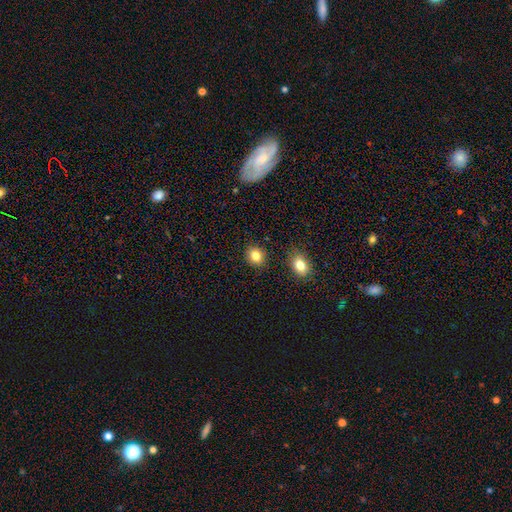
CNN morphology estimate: This is clearly a smooth galaxy (83%). How rounded: likely round (68%). Merging: clearly none (88%).